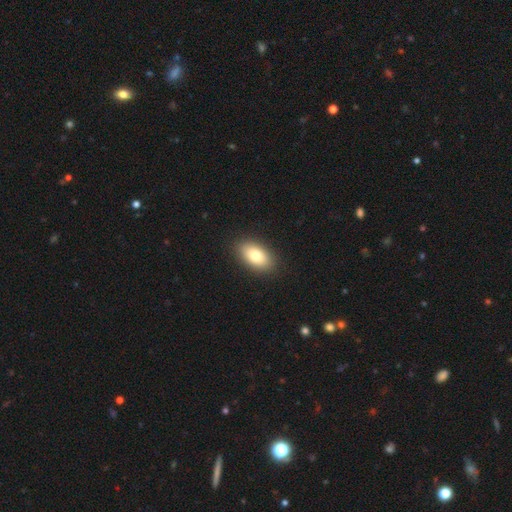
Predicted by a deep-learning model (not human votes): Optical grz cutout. It shows a smooth galaxy with no disk features (79%) that is in between round and cigar-shaped (92%). Merging: none (89%).